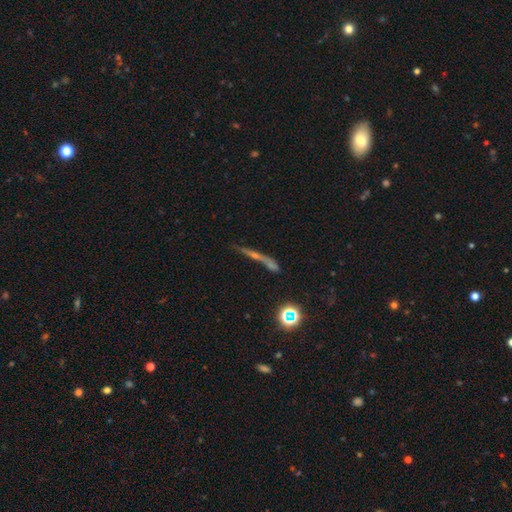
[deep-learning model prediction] Smooth or featured? Predicted: featured or disk (p=0.49). Merging? Predicted: none (p=0.63).